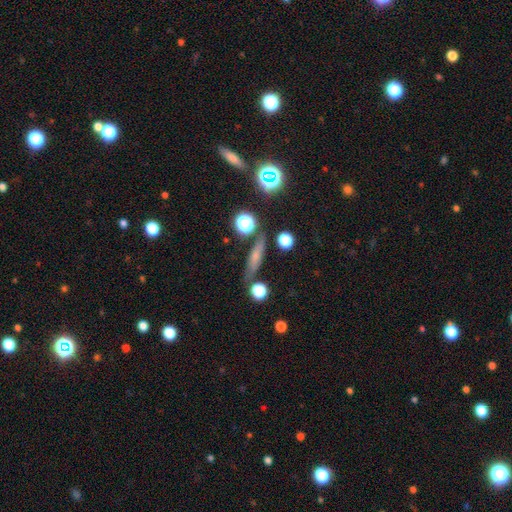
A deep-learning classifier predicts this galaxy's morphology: Smooth or featured? Predicted: smooth (p=0.49). Merging? Predicted: none (p=0.79).